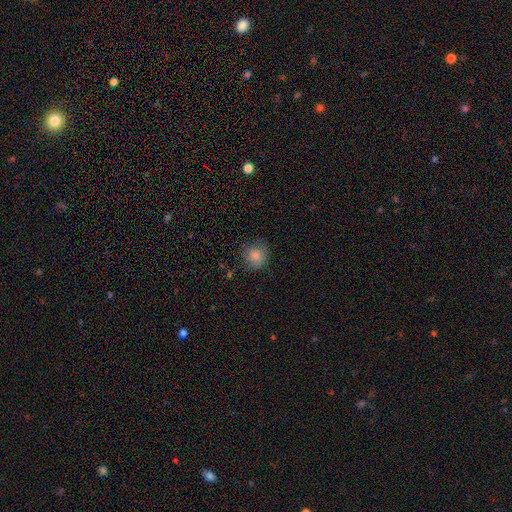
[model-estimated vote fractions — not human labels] This appears to be a smooth galaxy with no disk features (83%) that is round (85%). Merging: none (72%).